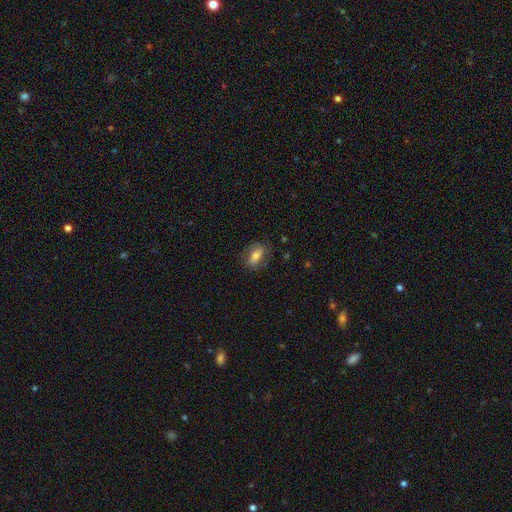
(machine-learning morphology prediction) smooth_or_featured: smooth (p=0.64) [alt: featured or disk p=0.28]
how_rounded: in between (p=0.81) [alt: round p=0.11]
merging: none (p=0.74) [alt: minor disturbance p=0.18]